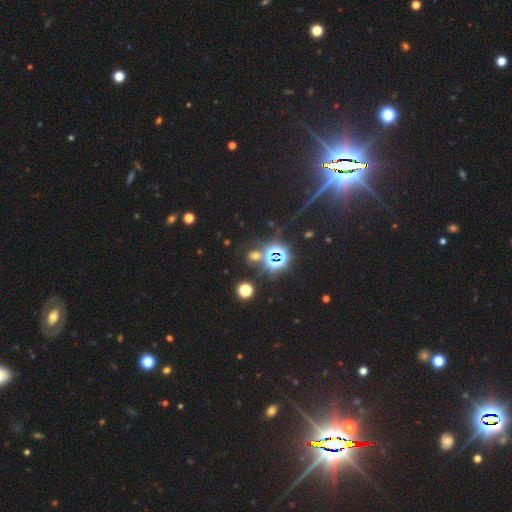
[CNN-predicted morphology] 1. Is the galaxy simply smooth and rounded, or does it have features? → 57% star or artifact, 34% smooth, 9% featured or disk.